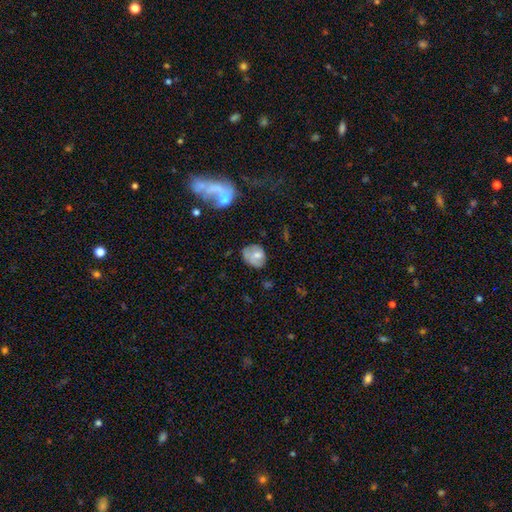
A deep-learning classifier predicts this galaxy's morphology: This appears to be a smooth galaxy with no disk features (60%) that is in between round and cigar-shaped (51%). Merging: none (54%).